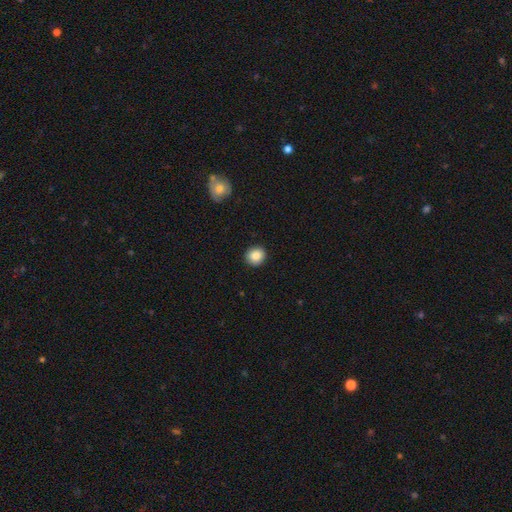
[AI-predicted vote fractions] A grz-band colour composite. It shows a smooth galaxy with no disk features (87%) that is round (87%). Merging: none (92%).